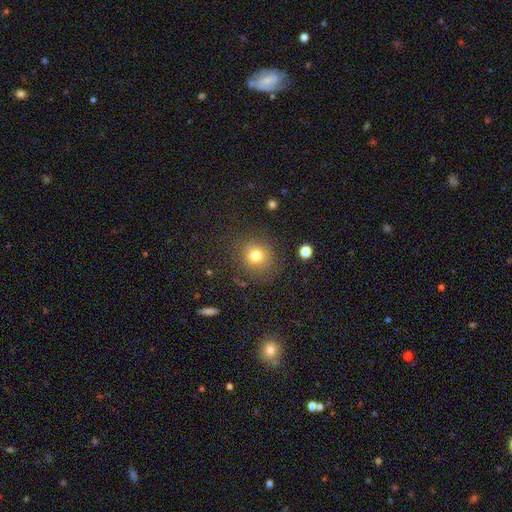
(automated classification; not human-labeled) The model was most divided on "smooth or featured": smooth: 76%, star or artifact: 15%, featured or disk: 9%. More confident: how rounded — round (86%); merging — none (80%).